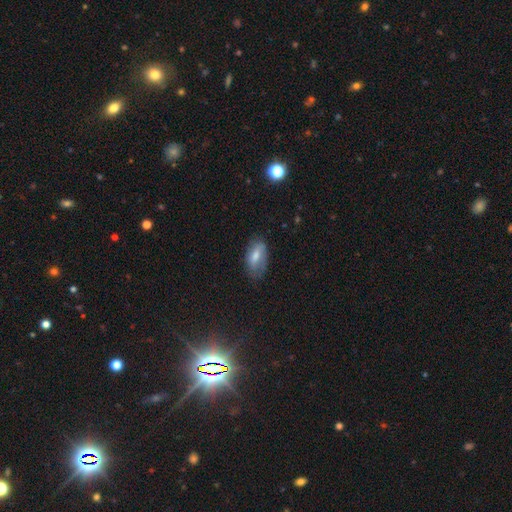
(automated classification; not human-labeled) A smooth galaxy with no disk features (62%) that is in between round and cigar-shaped (91%). Merging: none (65%).